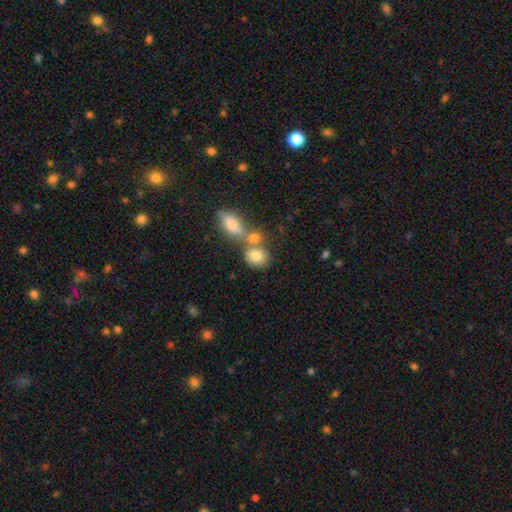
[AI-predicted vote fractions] Smooth or featured?
  - smooth: 80% *
  - featured or disk: 11%
  - star or artifact: 9%
How rounded?
  - round: 49% *
  - in between: 48%
  - cigar-shaped: 3%
Merging?
  - merger: 44% *
  - none: 42%
  - minor disturbance: 9%
  - major disturbance: 4%